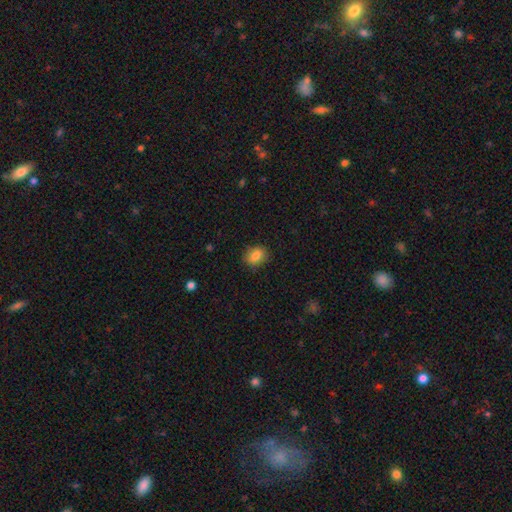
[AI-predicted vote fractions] Q: Smooth or featured?
A: smooth (85%); runner-up: star or artifact (9%)
Q: How rounded?
A: in between (66%); runner-up: round (33%)
Q: Merging?
A: none (86%); runner-up: minor disturbance (10%)